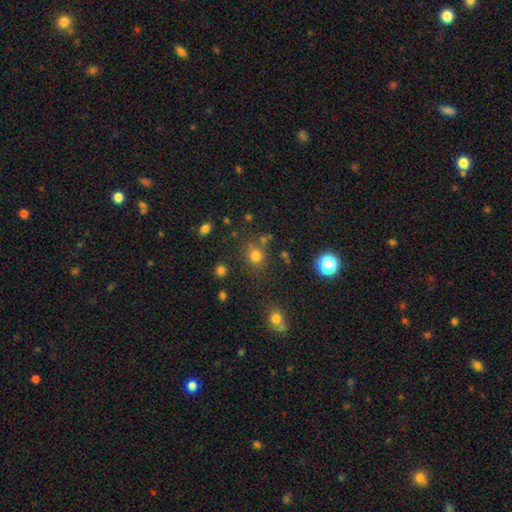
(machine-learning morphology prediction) smooth-or-featured: smooth: 74% | star or artifact: 19% | featured or disk: 7%
  how-rounded: round: 80% | in between: 19% | cigar-shaped: 1%
  merging: none: 71% | minor disturbance: 13% | merger: 10% | major disturbance: 6%